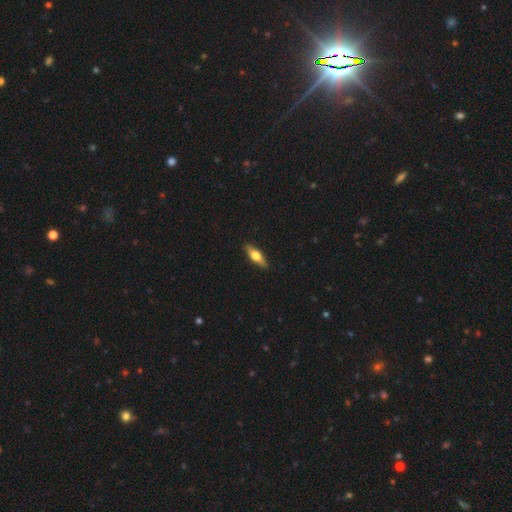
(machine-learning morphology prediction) featured or disk 48%, smooth 46%, star or artifact 6%. Down the decision tree: merging — none (90%).